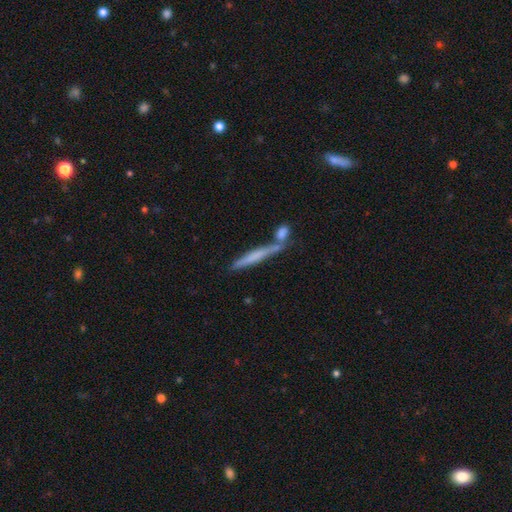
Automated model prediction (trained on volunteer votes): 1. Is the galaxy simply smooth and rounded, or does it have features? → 49% smooth, 44% featured or disk, 8% star or artifact.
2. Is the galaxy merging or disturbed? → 64% none, 21% merger, 11% minor disturbance, 4% major disturbance.